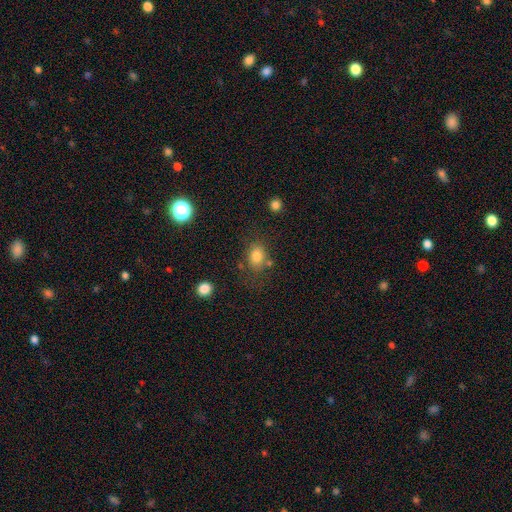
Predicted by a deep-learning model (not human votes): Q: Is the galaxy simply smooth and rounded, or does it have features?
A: smooth — 79%.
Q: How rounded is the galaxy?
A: in between — 57%.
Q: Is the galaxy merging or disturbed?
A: none — 68%.